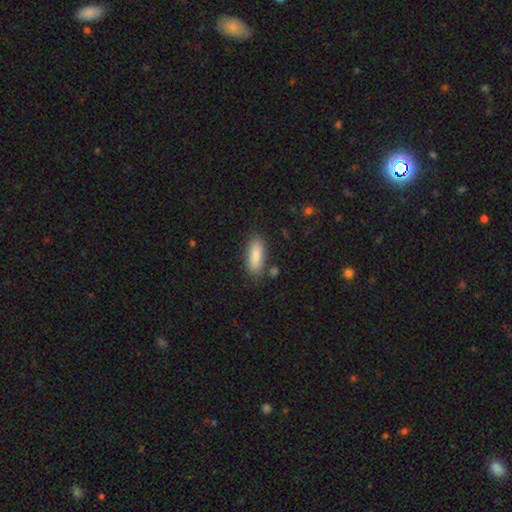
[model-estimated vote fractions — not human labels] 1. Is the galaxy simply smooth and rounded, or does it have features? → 86% smooth, 8% featured or disk, 6% star or artifact.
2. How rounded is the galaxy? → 71% in between, 27% cigar-shaped, 2% round.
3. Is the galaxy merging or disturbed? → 79% none, 13% minor disturbance, 4% merger, 3% major disturbance.